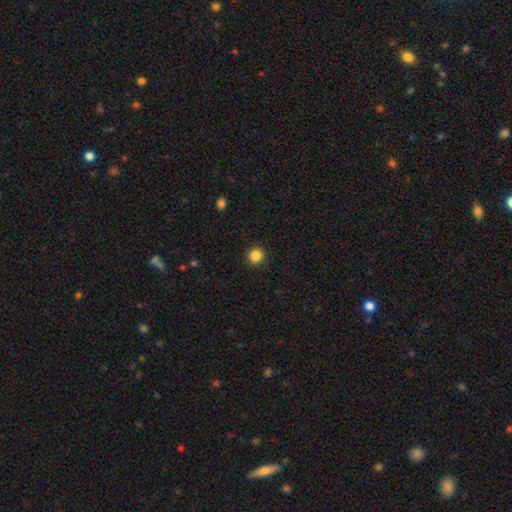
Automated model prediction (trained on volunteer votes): Morphology: type=smooth (86%); roundness=round (94%); merging=none (92%).